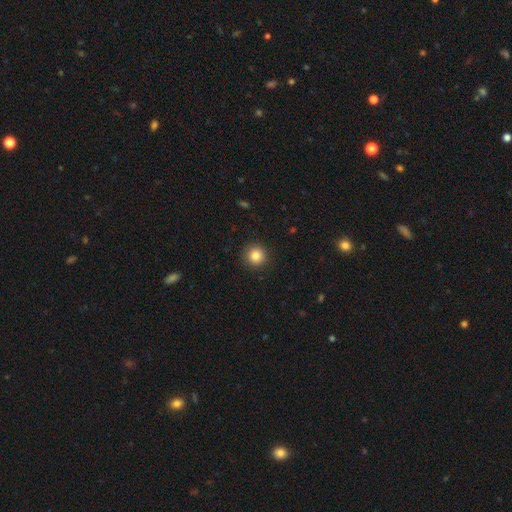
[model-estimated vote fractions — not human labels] Smooth or featured?
  - smooth: 84% *
  - star or artifact: 10%
  - featured or disk: 5%
How rounded?
  - round: 95% *
  - in between: 4%
  - cigar-shaped: 1%
Merging?
  - none: 91% *
  - minor disturbance: 6%
  - major disturbance: 2%
  - merger: 1%